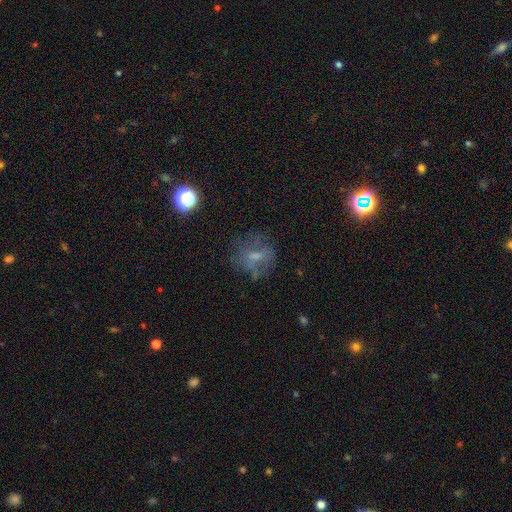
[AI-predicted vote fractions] Smooth or featured? Predicted: smooth (p=0.42). Merging? Predicted: none (p=0.59).